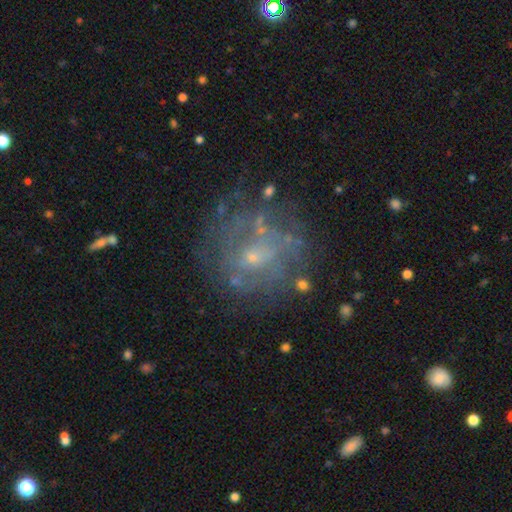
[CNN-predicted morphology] The model was most divided on "spiral arms": yes: 52%, no: 48%. More confident: edge-on disk — no (97%); bulge size — small (73%); bar — no (71%); smooth or featured — featured or disk (66%); merging — none (65%).